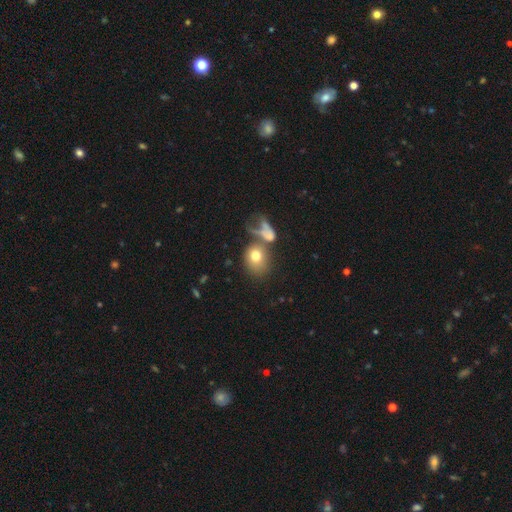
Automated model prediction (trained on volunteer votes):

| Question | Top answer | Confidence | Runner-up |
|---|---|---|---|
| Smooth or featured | smooth | 71% | featured or disk (19%) |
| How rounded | round | 51% | in between (48%) |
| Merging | merger | 35% | none (30%) |